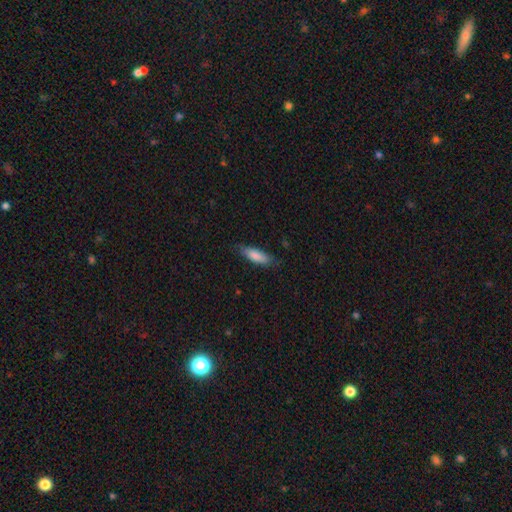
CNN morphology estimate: Overall: smooth (82%). How rounded: cigar-shaped (50%; in between 48%). Merging: none (77%).